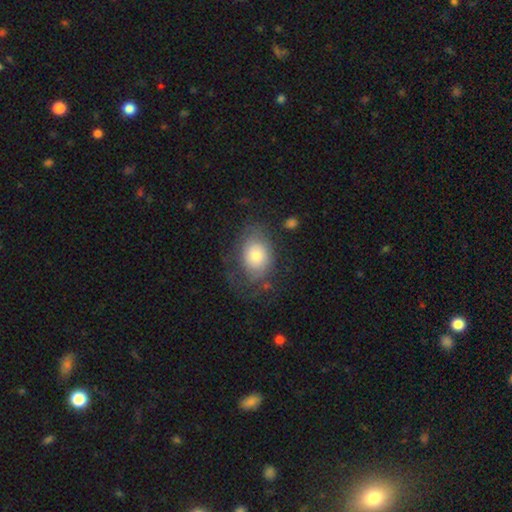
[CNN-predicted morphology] smooth-or-featured: smooth: 57% | featured or disk: 35% | star or artifact: 8%
  how-rounded: in between: 72% | round: 27% | cigar-shaped: 1%
  merging: none: 54% | minor disturbance: 24% | major disturbance: 20% | merger: 2%